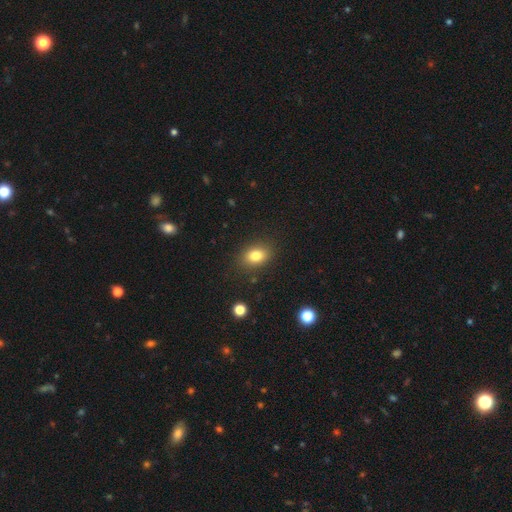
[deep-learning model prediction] Smooth or featured: smooth — 81% (star or artifact — 11%)
How rounded: in between — 69% (round — 30%)
Merging: none — 86% (minor disturbance — 10%)